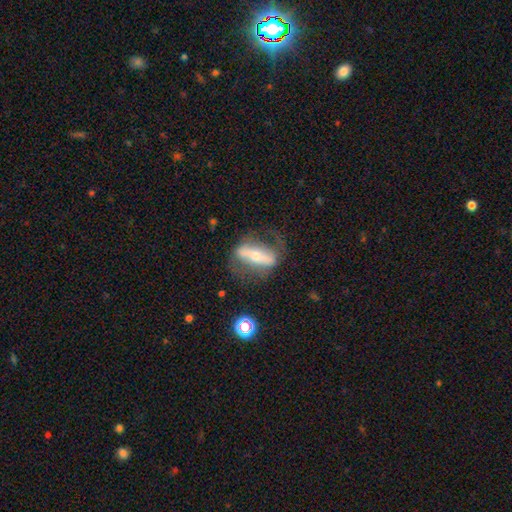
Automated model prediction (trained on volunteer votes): A featured or disk galaxy (72%). Merging: none (61%).